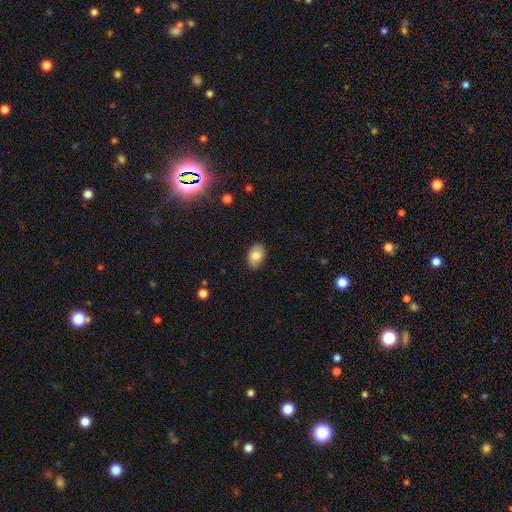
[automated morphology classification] smooth_or_featured: smooth (p=0.83) [alt: featured or disk p=0.10]
how_rounded: in between (p=0.87) [alt: round p=0.12]
merging: none (p=0.85) [alt: minor disturbance p=0.11]